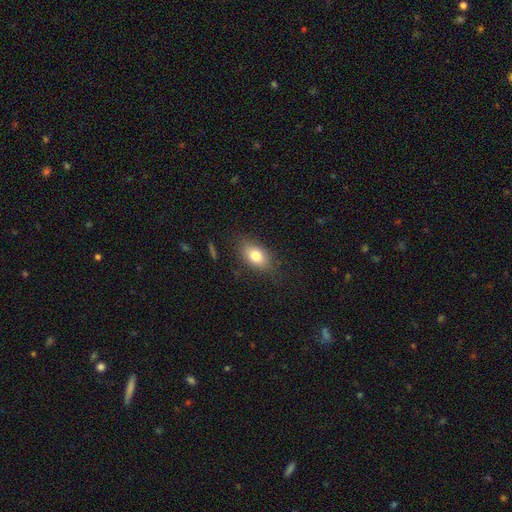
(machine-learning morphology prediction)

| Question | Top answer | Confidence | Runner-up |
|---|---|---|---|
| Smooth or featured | smooth | 78% | featured or disk (14%) |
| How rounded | in between | 82% | round (15%) |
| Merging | none | 79% | minor disturbance (16%) |